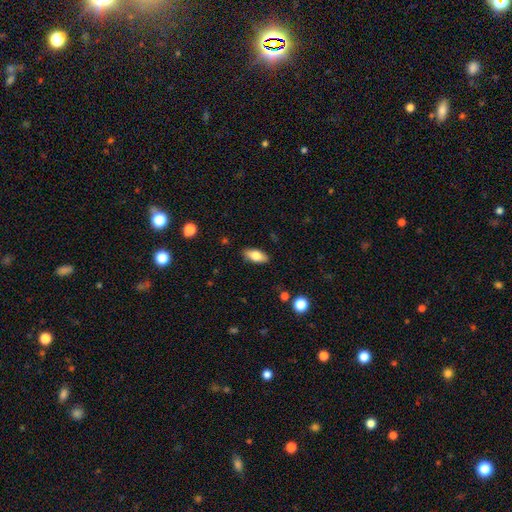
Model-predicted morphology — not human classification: type=smooth (74%); roundness=in between (84%); merging=none (86%).